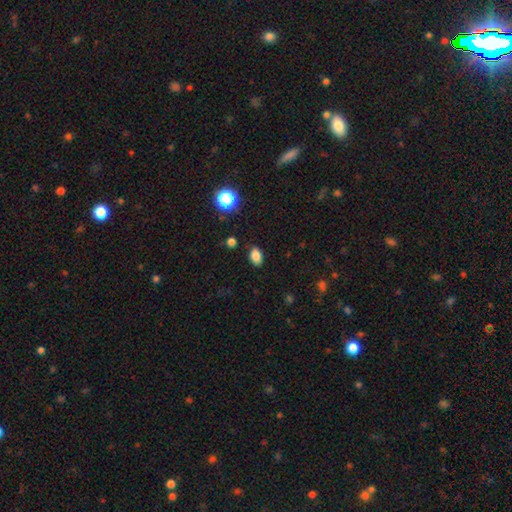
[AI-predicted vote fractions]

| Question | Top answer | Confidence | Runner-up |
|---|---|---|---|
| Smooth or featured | smooth | 84% | star or artifact (11%) |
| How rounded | in between | 85% | round (13%) |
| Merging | none | 84% | minor disturbance (11%) |